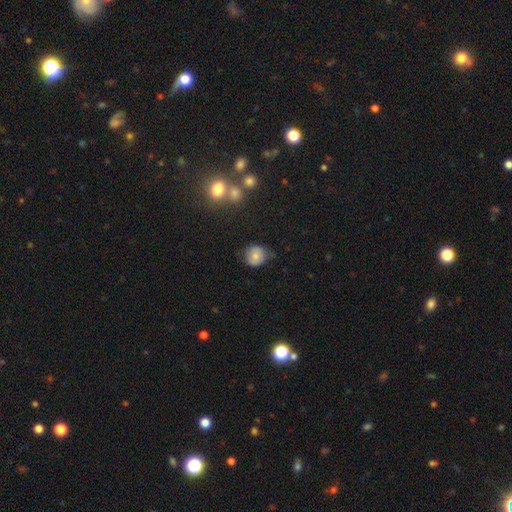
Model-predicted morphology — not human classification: Q: Smooth or featured?
A: smooth (74%); runner-up: featured or disk (16%)
Q: How rounded?
A: round (87%); runner-up: in between (12%)
Q: Merging?
A: none (70%); runner-up: minor disturbance (22%)